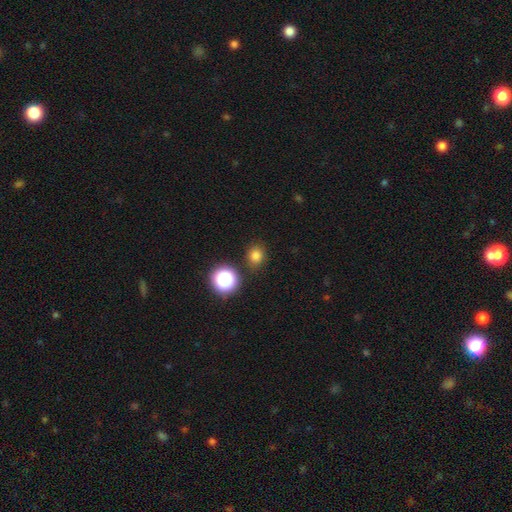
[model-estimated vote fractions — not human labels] Smooth or featured? Predicted: smooth (p=0.77). How rounded? Predicted: round (p=0.73). Merging? Predicted: none (p=0.84).